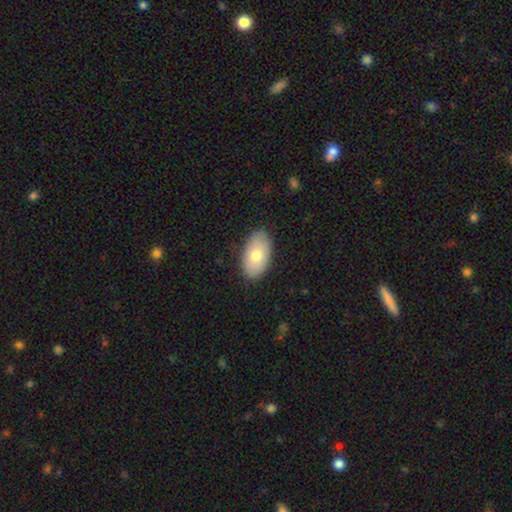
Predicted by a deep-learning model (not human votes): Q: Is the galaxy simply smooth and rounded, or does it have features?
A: smooth — 75%.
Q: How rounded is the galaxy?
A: in between — 94%.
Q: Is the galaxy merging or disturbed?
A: none — 86%.